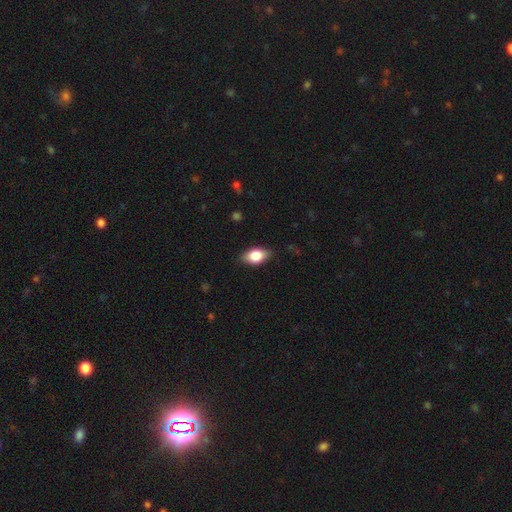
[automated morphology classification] smooth-or-featured: smooth: 77% | featured or disk: 16% | star or artifact: 7%
  how-rounded: in between: 88% | round: 8% | cigar-shaped: 4%
  merging: none: 82% | minor disturbance: 14% | major disturbance: 3% | merger: 1%